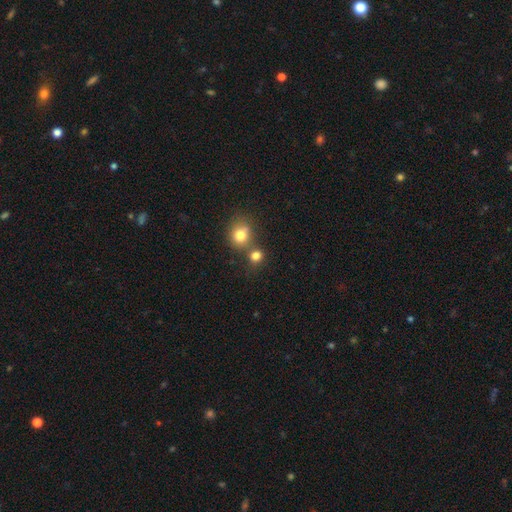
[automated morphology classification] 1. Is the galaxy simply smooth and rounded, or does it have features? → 79% smooth, 13% star or artifact, 7% featured or disk.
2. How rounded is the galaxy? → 80% round, 19% in between, 1% cigar-shaped.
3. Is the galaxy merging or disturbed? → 55% none, 33% merger, 9% minor disturbance, 4% major disturbance.